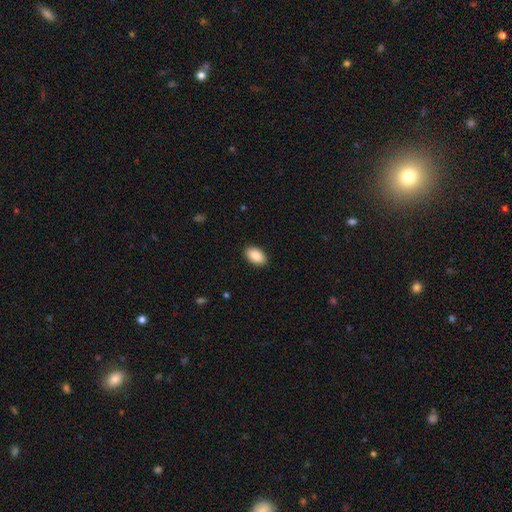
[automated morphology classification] A smooth galaxy with no disk features (90%) that is in between round and cigar-shaped (94%). Merging: none (90%).